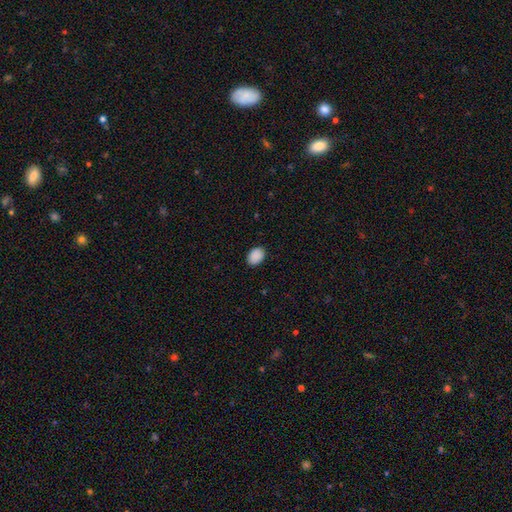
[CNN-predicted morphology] Overall: smooth (90%). How rounded: in between (82%). Merging: none (89%).